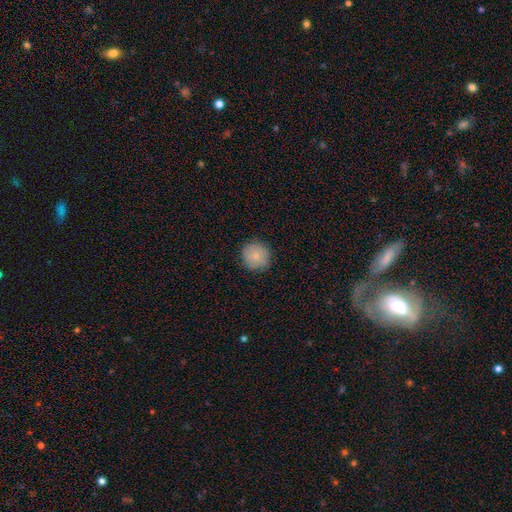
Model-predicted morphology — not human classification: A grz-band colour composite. It shows a smooth galaxy with no disk features (81%) that is round (94%). Merging: none (88%).